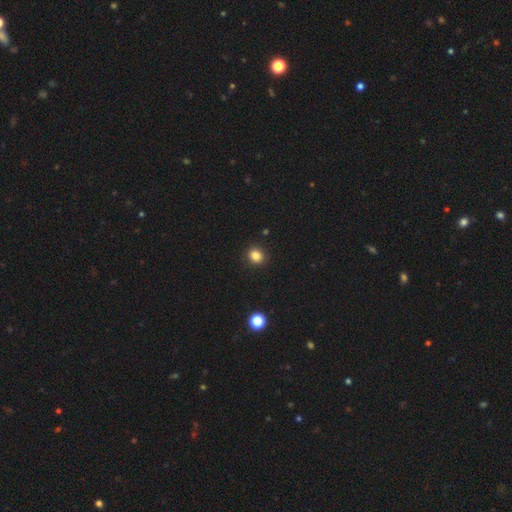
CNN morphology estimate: Q: Smooth or featured?
A: smooth (84%); runner-up: star or artifact (12%)
Q: How rounded?
A: round (80%); runner-up: in between (19%)
Q: Merging?
A: none (91%); runner-up: minor disturbance (6%)